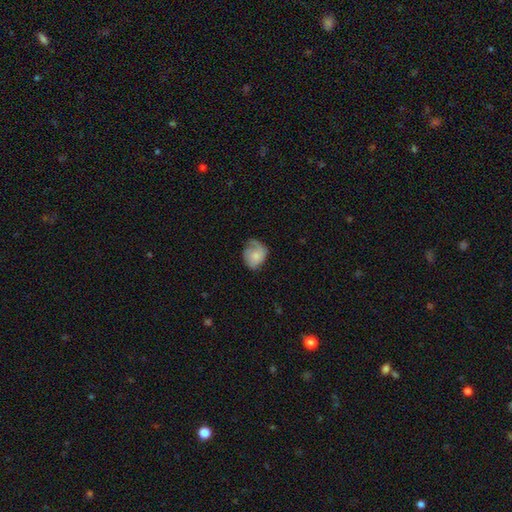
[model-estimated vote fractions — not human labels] smooth-or-featured: smooth: 60% | featured or disk: 33% | star or artifact: 7%
  how-rounded: round: 51% | in between: 48% | cigar-shaped: 1%
  merging: none: 39% | minor disturbance: 36% | major disturbance: 23% | merger: 2%